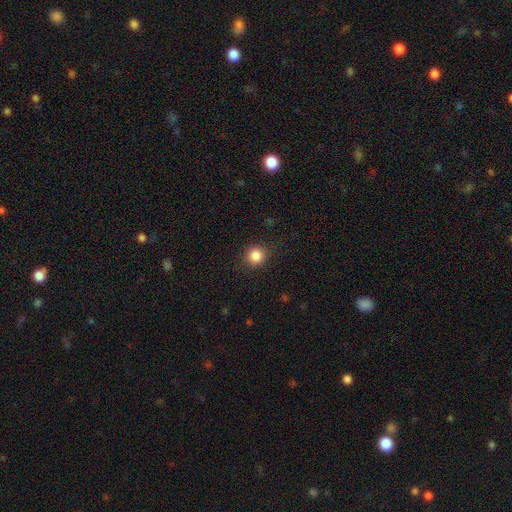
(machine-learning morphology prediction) Smooth or featured? Predicted: smooth (p=0.85). How rounded? Predicted: round (p=0.90). Merging? Predicted: none (p=0.88).